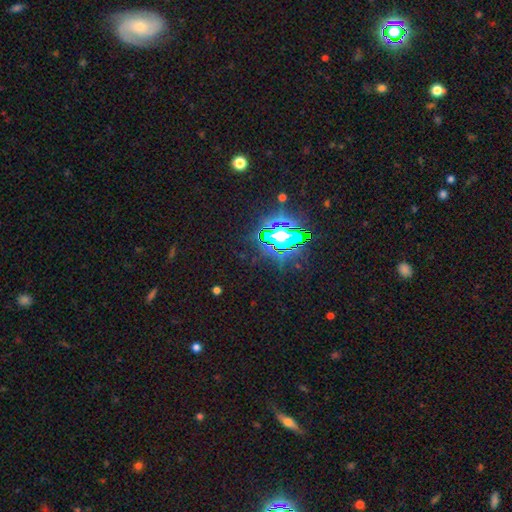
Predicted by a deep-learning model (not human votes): Overall: star or artifact (85%).